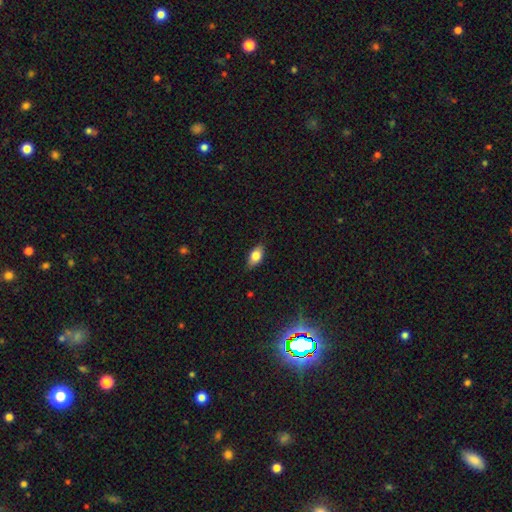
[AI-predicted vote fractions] Smooth or featured?
  - smooth: 77% *
  - featured or disk: 15%
  - star or artifact: 8%
How rounded?
  - in between: 88% *
  - cigar-shaped: 6%
  - round: 6%
Merging?
  - none: 84% *
  - minor disturbance: 13%
  - major disturbance: 2%
  - merger: 1%